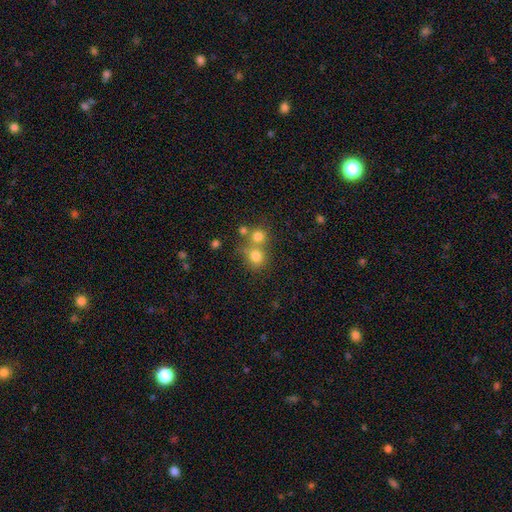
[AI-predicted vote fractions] Smooth or featured?
  - smooth: 76% *
  - star or artifact: 14%
  - featured or disk: 9%
How rounded?
  - round: 85% *
  - in between: 14%
  - cigar-shaped: 1%
Merging?
  - none: 51% *
  - merger: 38%
  - minor disturbance: 7%
  - major disturbance: 3%